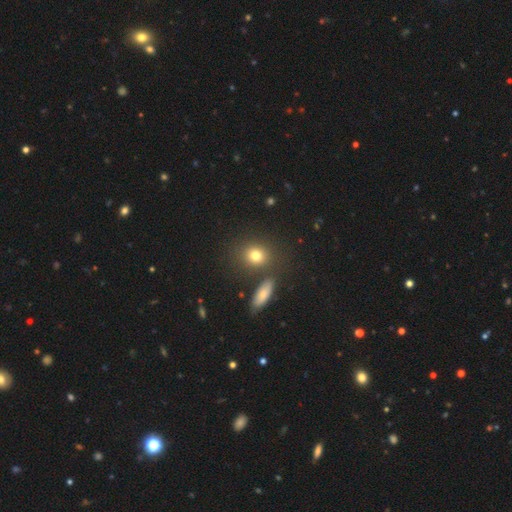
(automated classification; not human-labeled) Overall: smooth (77%). How rounded: round (67%; in between 30%). Merging: none (76%).